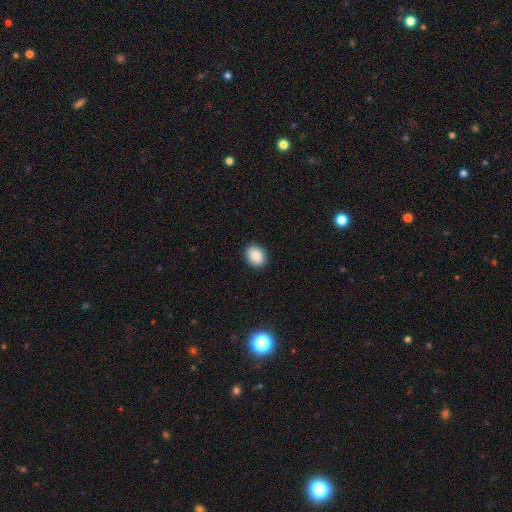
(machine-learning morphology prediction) The model was most divided on "how rounded": in between: 55%, round: 44%, cigar-shaped: 1%. More confident: merging — none (90%); smooth or featured — smooth (89%).